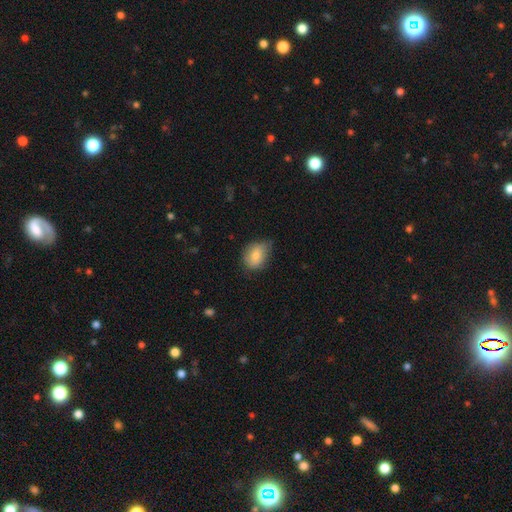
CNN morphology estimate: Smooth or featured? Predicted: smooth (p=0.83). How rounded? Predicted: in between (p=0.66). Merging? Predicted: none (p=0.57).